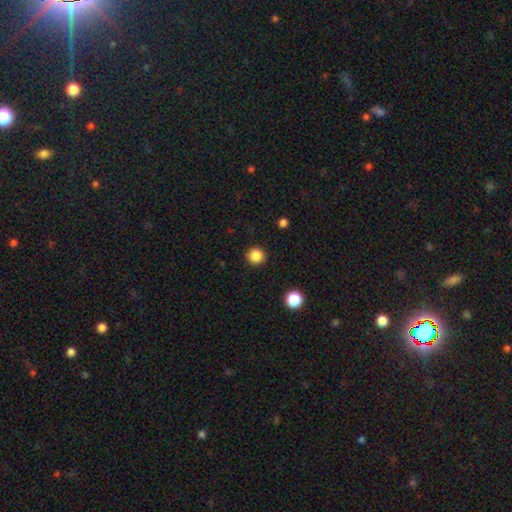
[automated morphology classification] smooth-or-featured: smooth: 86% | star or artifact: 11% | featured or disk: 3%
  how-rounded: round: 96% | in between: 3% | cigar-shaped: 1%
  merging: none: 93% | minor disturbance: 4% | major disturbance: 2% | merger: 1%